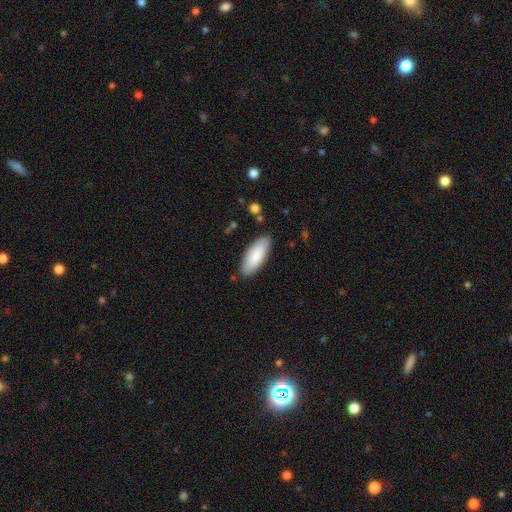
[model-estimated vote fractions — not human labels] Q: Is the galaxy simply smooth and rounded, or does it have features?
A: smooth — 85%.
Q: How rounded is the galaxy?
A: in between — 74%.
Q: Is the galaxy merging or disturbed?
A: none — 86%.